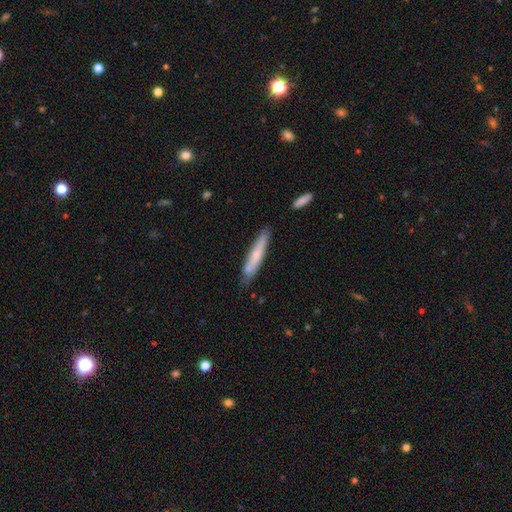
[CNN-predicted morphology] This appears to be a smooth galaxy with no disk features (59%) that is cigar-shaped (93%). Merging: none (77%).